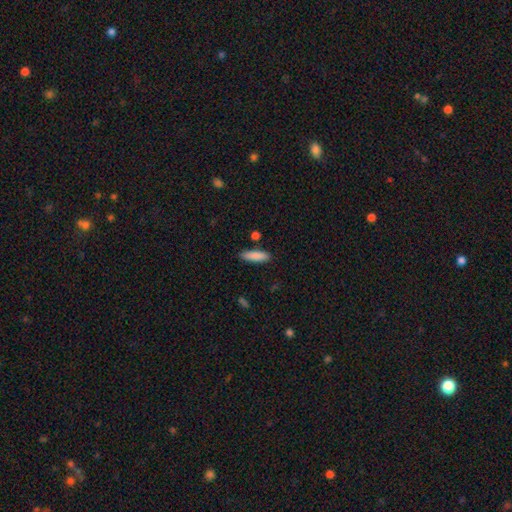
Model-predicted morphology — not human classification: Q: Smooth or featured?
A: smooth (87%); runner-up: featured or disk (7%)
Q: How rounded?
A: cigar-shaped (60%); runner-up: in between (38%)
Q: Merging?
A: none (85%); runner-up: minor disturbance (10%)